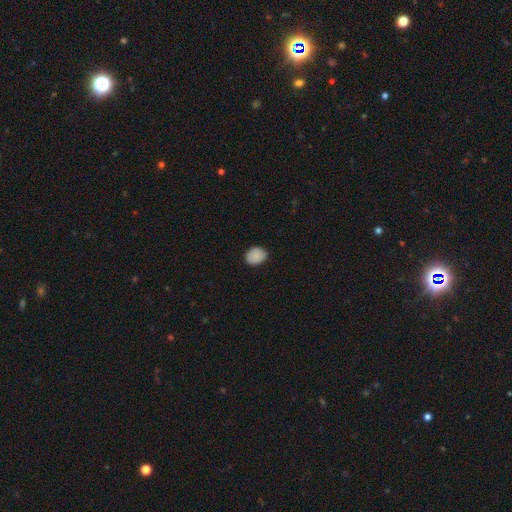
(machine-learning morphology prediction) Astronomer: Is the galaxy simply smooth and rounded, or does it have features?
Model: smooth — 88%.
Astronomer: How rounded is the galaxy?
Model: round — 54% (runner-up: in between, 45%).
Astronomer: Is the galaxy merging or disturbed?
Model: none — 86%.